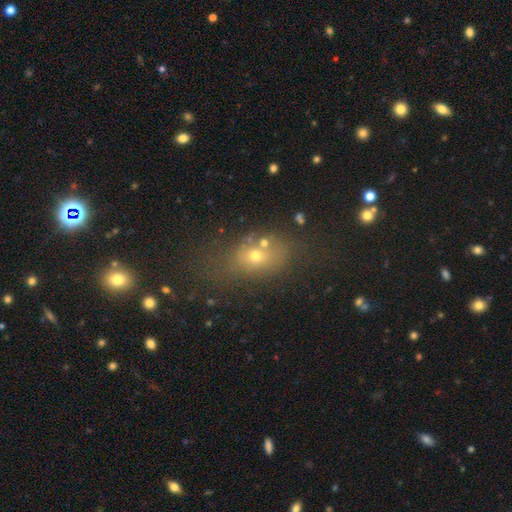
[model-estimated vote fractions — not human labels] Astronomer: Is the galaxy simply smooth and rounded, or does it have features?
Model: smooth — 56%.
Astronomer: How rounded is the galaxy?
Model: in between — 63%.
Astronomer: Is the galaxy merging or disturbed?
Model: none — 62%.